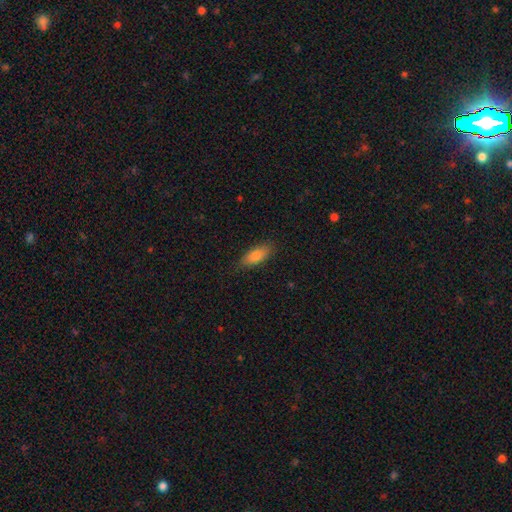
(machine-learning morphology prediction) Q: Smooth or featured?
A: smooth (82%); runner-up: featured or disk (11%)
Q: How rounded?
A: in between (75%); runner-up: cigar-shaped (23%)
Q: Merging?
A: none (82%); runner-up: minor disturbance (14%)